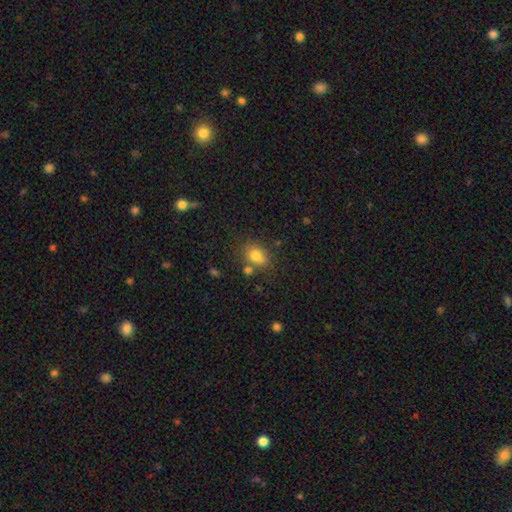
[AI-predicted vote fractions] A smooth galaxy with no disk features (78%) that is in between round and cigar-shaped (52%).

Vote fractions:
- Smooth or featured? smooth: 78% / star or artifact: 12% / featured or disk: 10%
- How rounded? in between: 52% / round: 46% / cigar-shaped: 1%
- Merging? none: 64% / minor disturbance: 17% / merger: 14% / major disturbance: 5%